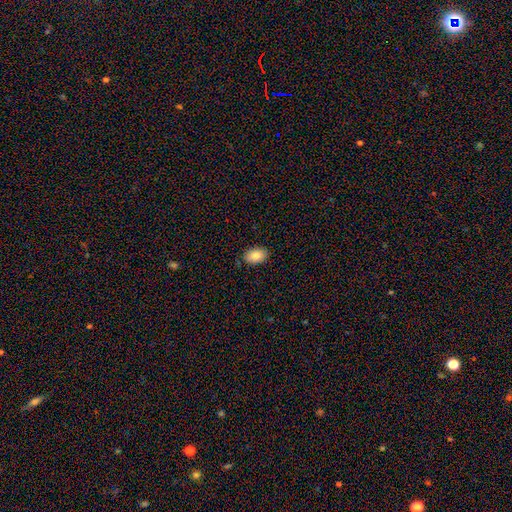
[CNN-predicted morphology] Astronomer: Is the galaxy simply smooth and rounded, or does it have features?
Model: smooth — 86%.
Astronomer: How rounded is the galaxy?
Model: in between — 90%.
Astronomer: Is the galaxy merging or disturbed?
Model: none — 88%.